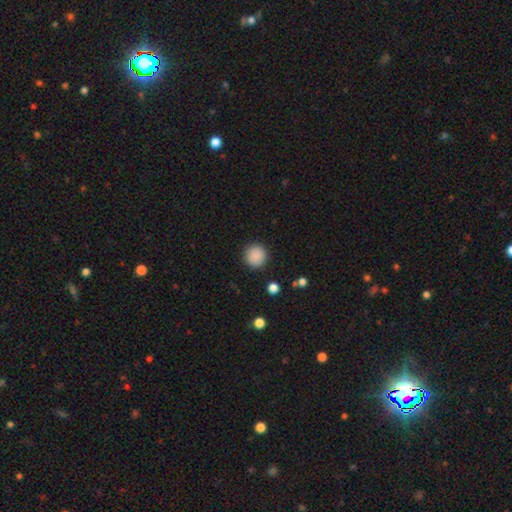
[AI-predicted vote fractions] Smooth or featured? Predicted: smooth (p=0.88). How rounded? Predicted: round (p=0.93). Merging? Predicted: none (p=0.90).